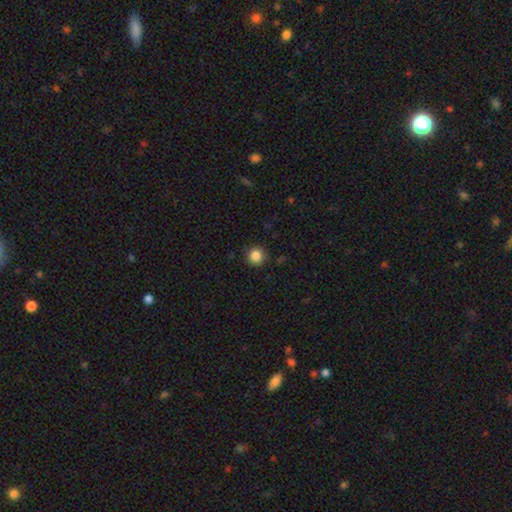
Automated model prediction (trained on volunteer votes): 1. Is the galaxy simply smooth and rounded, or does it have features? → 85% smooth, 11% star or artifact, 4% featured or disk.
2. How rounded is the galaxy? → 94% round, 5% in between, 1% cigar-shaped.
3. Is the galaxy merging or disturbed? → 90% none, 7% minor disturbance, 2% major disturbance, 1% merger.